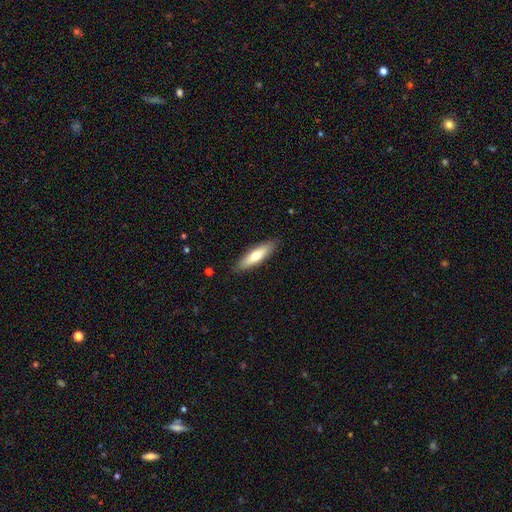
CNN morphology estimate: Smooth or featured? smooth (62%)
How rounded? cigar-shaped (67%)
Merging? none (88%)